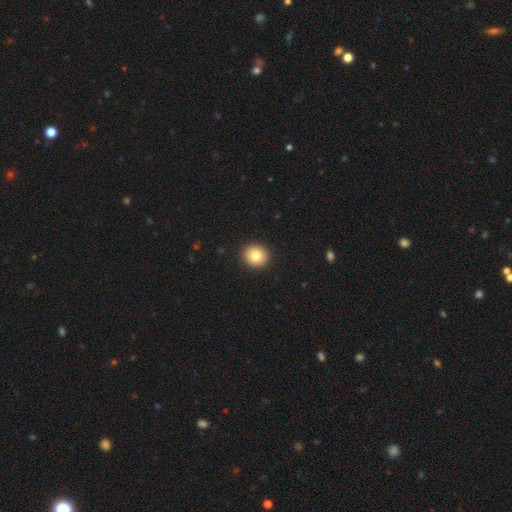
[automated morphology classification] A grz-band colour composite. It shows a smooth galaxy with no disk features (82%) that is round (88%). Merging: none (93%).